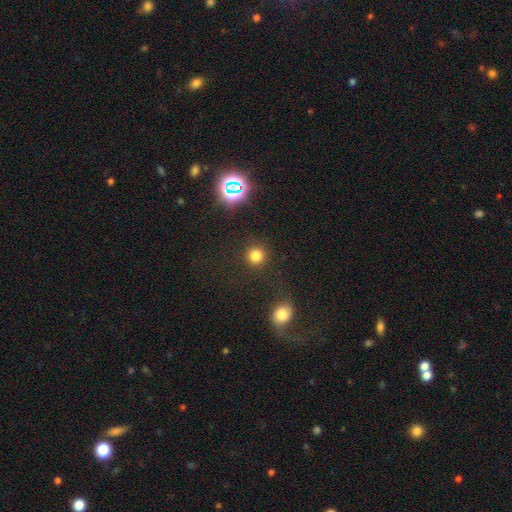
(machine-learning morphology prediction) Q: Smooth or featured?
A: smooth (77%); runner-up: star or artifact (18%)
Q: How rounded?
A: round (93%); runner-up: in between (6%)
Q: Merging?
A: none (88%); runner-up: minor disturbance (6%)